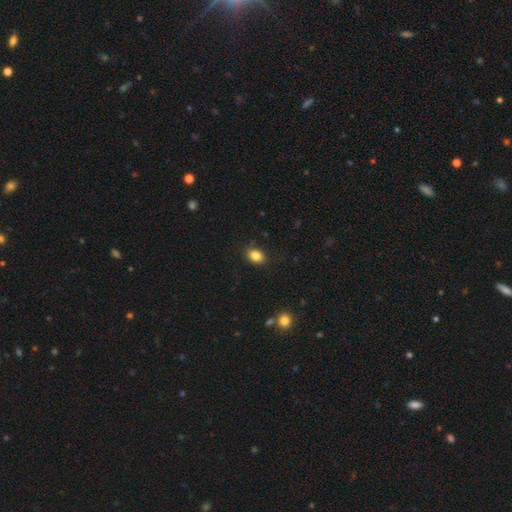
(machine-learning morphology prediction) This is clearly a smooth galaxy (84%). How rounded: likely in between (65%). Merging: clearly none (82%).